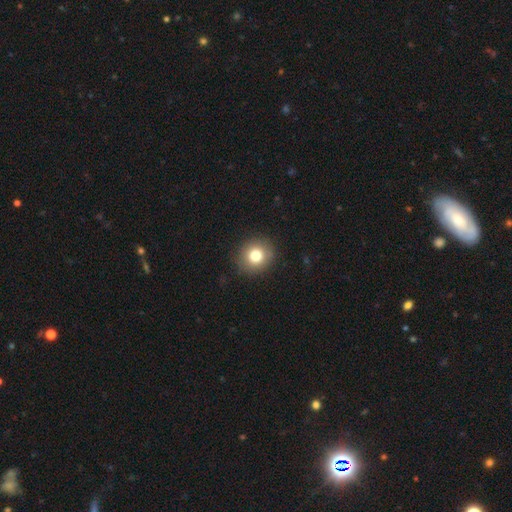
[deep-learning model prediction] A smooth galaxy with no disk features (79%) that is round (88%). Merging: none (90%).